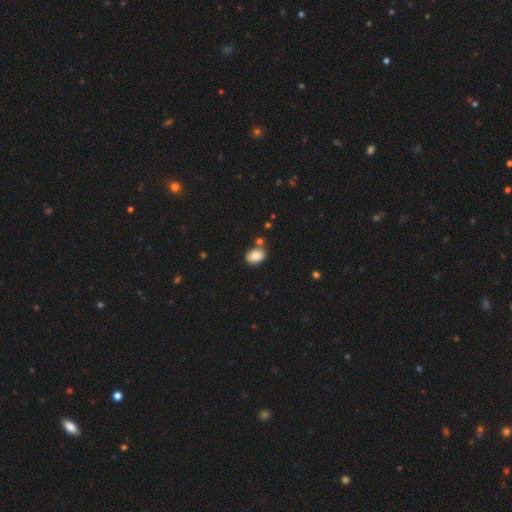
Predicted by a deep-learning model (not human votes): smooth 85%, star or artifact 8%, featured or disk 7%. Down the decision tree: how rounded — in between (81%); merging — none (70%).